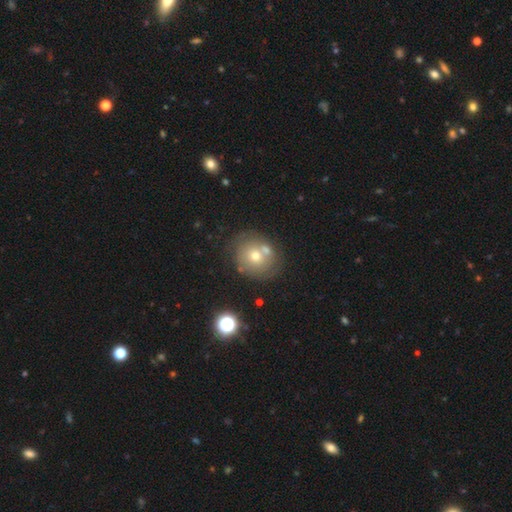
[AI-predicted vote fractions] Smooth or featured? Predicted: smooth (p=0.59). How rounded? Predicted: round (p=0.79). Merging? Predicted: none (p=0.61).